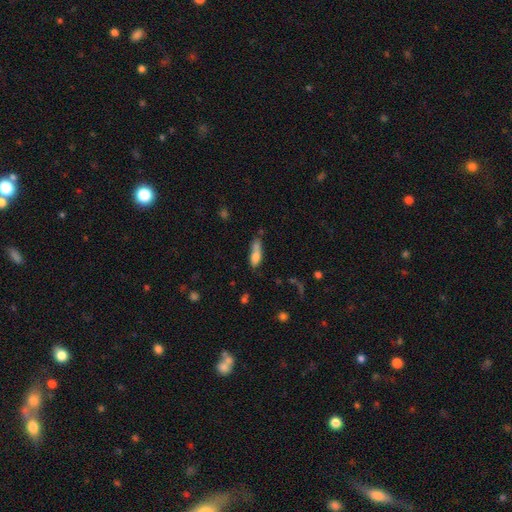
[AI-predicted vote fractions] smooth-or-featured: smooth: 75% | featured or disk: 16% | star or artifact: 9%
  how-rounded: cigar-shaped: 49% | in between: 48% | round: 3%
  merging: none: 38% | minor disturbance: 26% | merger: 22% | major disturbance: 14%